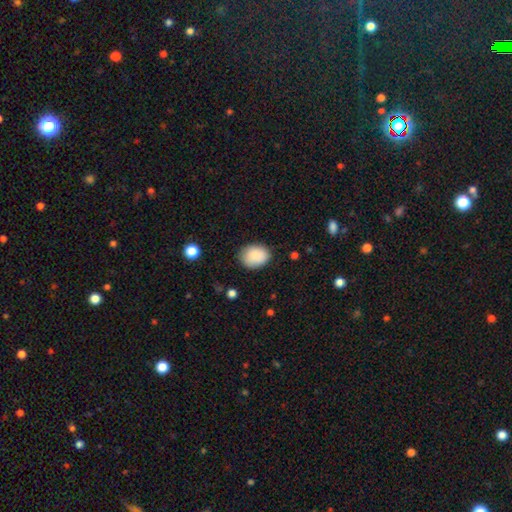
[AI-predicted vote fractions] A smooth galaxy with no disk features (87%) that is in between round and cigar-shaped (62%). Merging: none (80%).